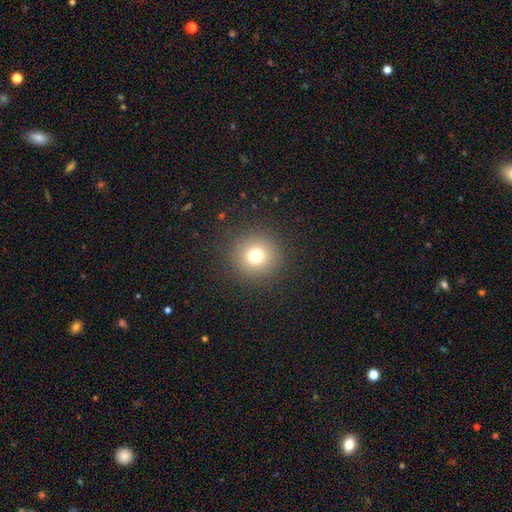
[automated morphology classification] This appears to be a smooth galaxy with no disk features (74%) that is round (95%). Merging: none (90%).